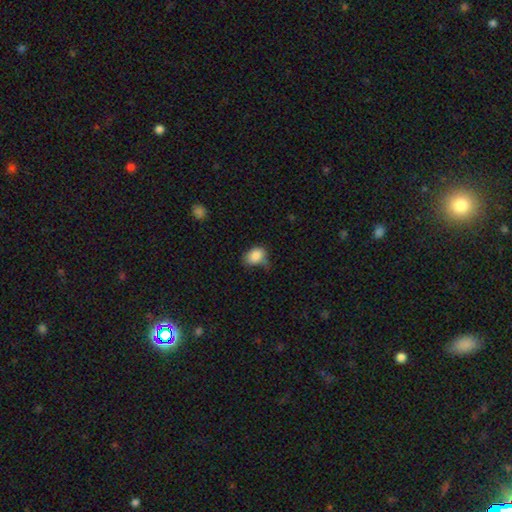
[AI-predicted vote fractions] smooth-or-featured: smooth: 86% | star or artifact: 8% | featured or disk: 6%
  how-rounded: in between: 73% | round: 26% | cigar-shaped: 1%
  merging: none: 51% | minor disturbance: 34% | major disturbance: 11% | merger: 5%